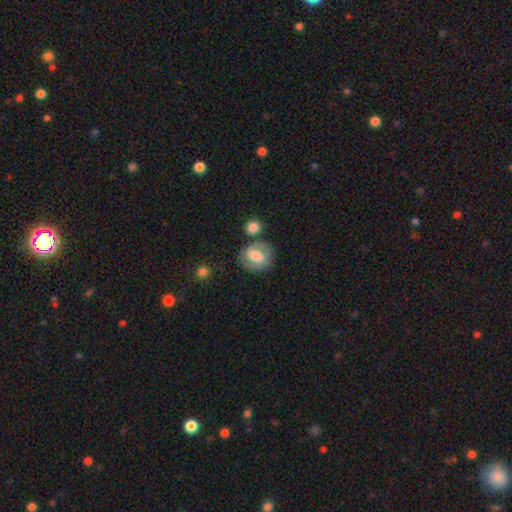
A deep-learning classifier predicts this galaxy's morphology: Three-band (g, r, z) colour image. It shows a featured or disk galaxy (50%). Merging: none (69%).